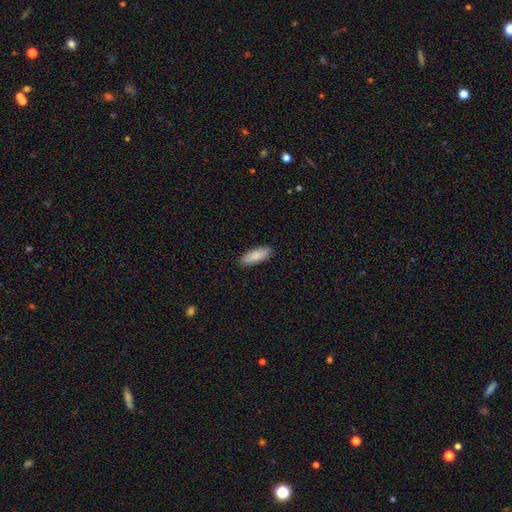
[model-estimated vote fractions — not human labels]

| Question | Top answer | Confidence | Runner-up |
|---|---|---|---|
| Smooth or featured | smooth | 89% | featured or disk (6%) |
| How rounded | in between | 66% | cigar-shaped (32%) |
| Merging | none | 90% | minor disturbance (8%) |